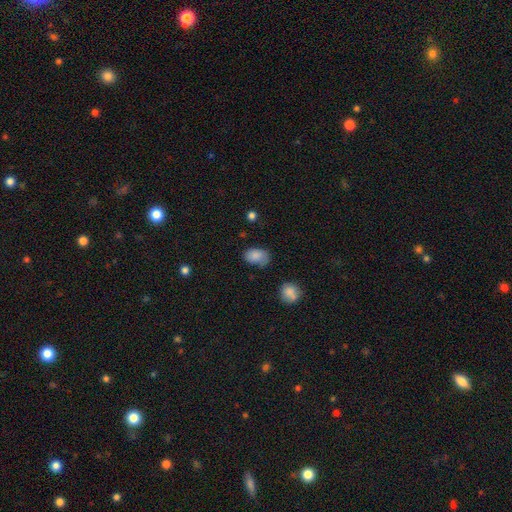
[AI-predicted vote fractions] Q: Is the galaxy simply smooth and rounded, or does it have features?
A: smooth — 83%.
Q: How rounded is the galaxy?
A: in between — 84%.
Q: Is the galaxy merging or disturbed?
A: none — 59%.